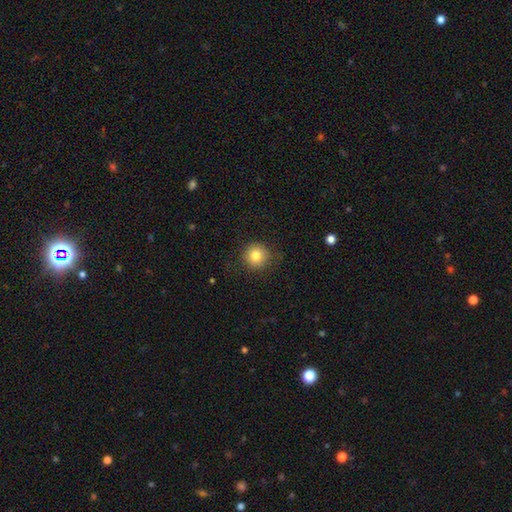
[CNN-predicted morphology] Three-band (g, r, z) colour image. It shows a smooth galaxy with no disk features (81%) that is round (94%). Merging: none (84%).